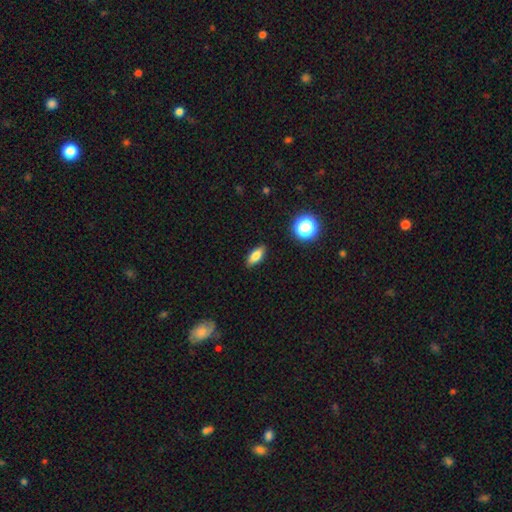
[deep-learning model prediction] Overall: smooth (75%). How rounded: in between (76%). Merging: none (88%).